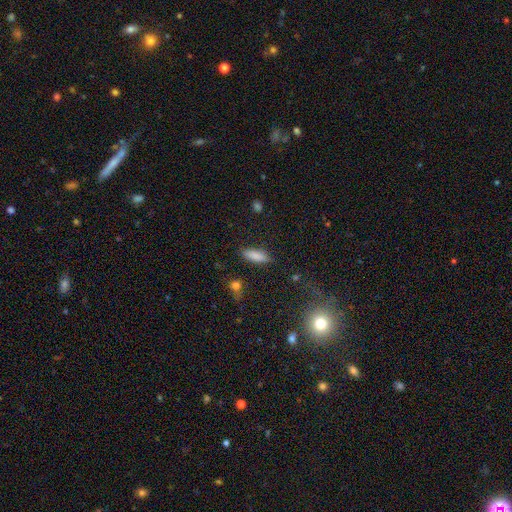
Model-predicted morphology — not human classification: Smooth or featured?
  - smooth: 85% *
  - featured or disk: 8%
  - star or artifact: 8%
How rounded?
  - in between: 59% *
  - cigar-shaped: 38%
  - round: 2%
Merging?
  - none: 84% *
  - minor disturbance: 11%
  - major disturbance: 3%
  - merger: 2%